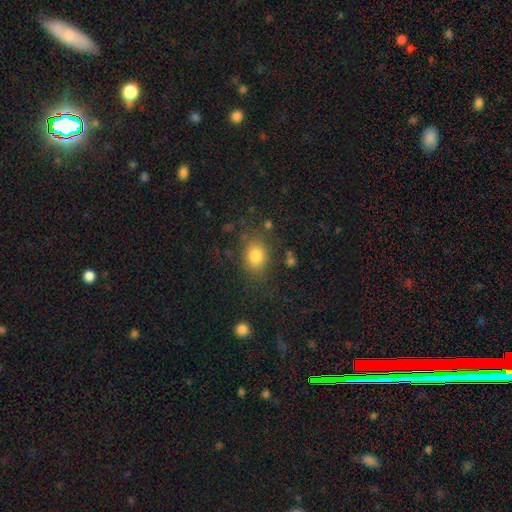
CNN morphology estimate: A smooth galaxy with no disk features (80%) that is in between round and cigar-shaped (56%). Merging: none (76%).